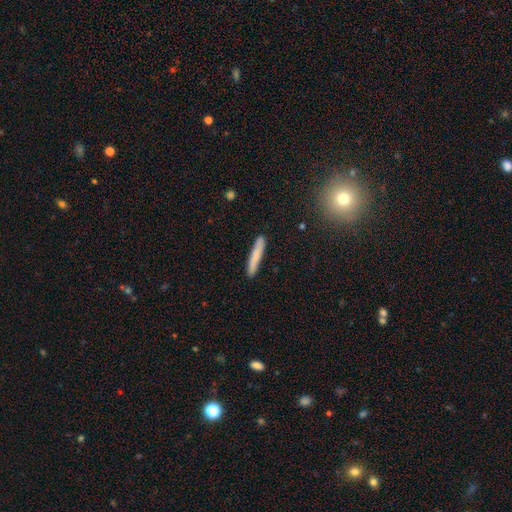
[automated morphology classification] smooth_or_featured: smooth (p=0.77) [alt: featured or disk p=0.17]
how_rounded: cigar-shaped (p=0.95) [alt: in between p=0.04]
merging: none (p=0.88) [alt: minor disturbance p=0.09]